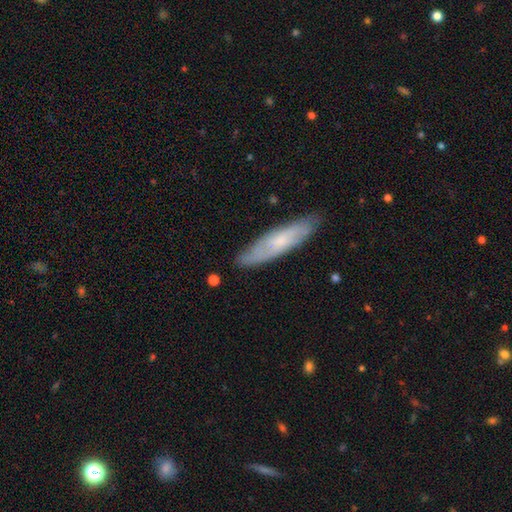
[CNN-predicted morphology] Smooth or featured? Predicted: featured or disk (p=0.47). Merging? Predicted: none (p=0.85).